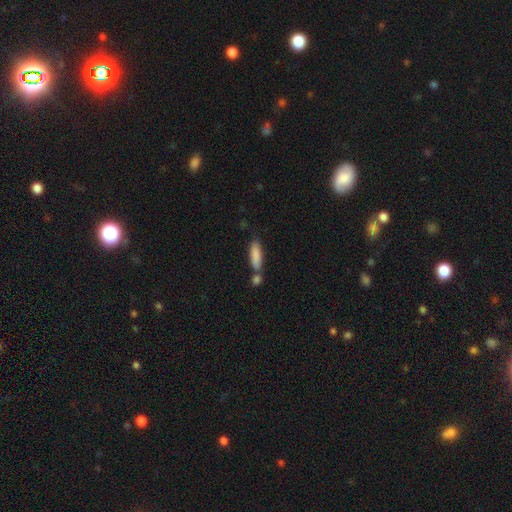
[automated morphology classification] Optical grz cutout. It shows a smooth galaxy with no disk features (86%) that is cigar-shaped (49%, tied with in between). Merging: none (58%).